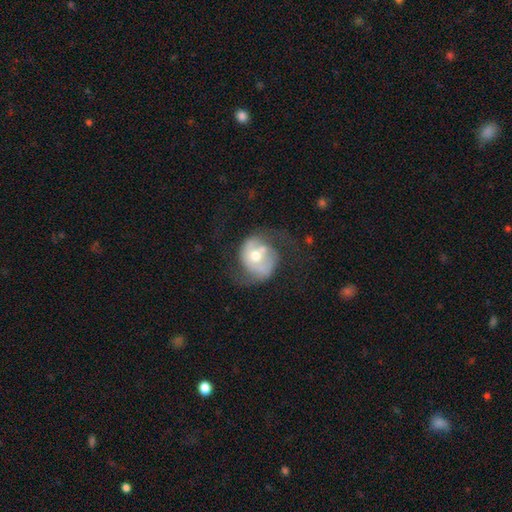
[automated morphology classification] A featured or disk galaxy (65%) with no bar (66%), spiral arms (69%) and a moderate central bulge (73%). Merging: none (42%).